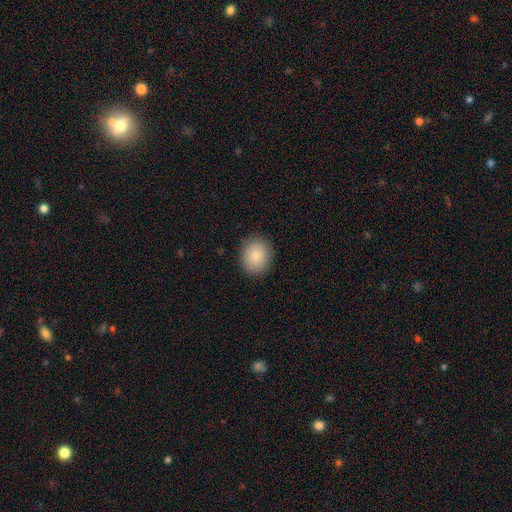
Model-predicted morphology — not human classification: Q: Smooth or featured?
A: smooth (85%); runner-up: star or artifact (8%)
Q: How rounded?
A: round (64%); runner-up: in between (35%)
Q: Merging?
A: none (88%); runner-up: minor disturbance (9%)